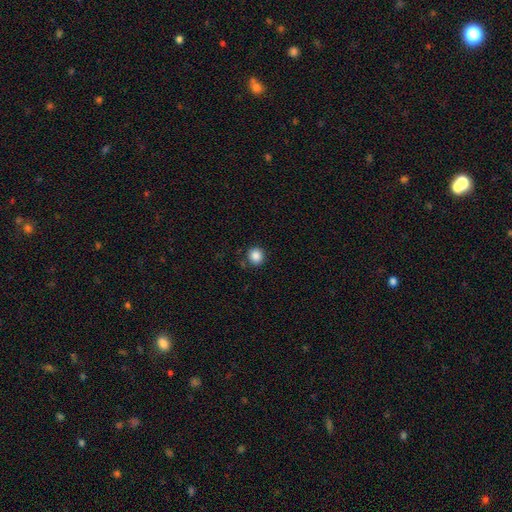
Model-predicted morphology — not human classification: This appears to be a smooth galaxy with no disk features (87%) that is round (88%). Merging: none (88%).